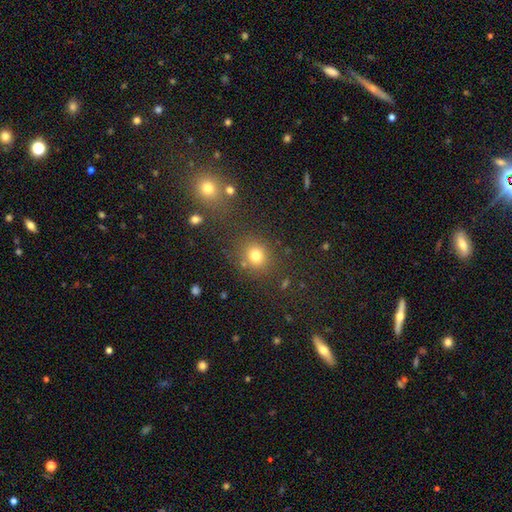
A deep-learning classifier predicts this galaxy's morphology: This appears to be a smooth galaxy with no disk features (77%) that is round (83%). Merging: none (77%).